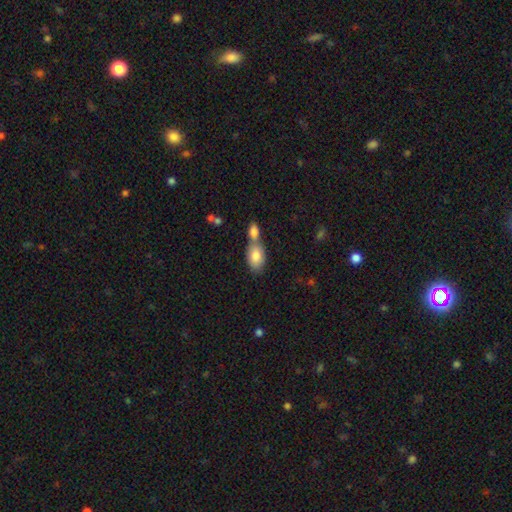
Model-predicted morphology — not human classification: smooth 83%, featured or disk 11%, star or artifact 6%. Down the decision tree: how rounded — in between (91%); merging — merger (52%).